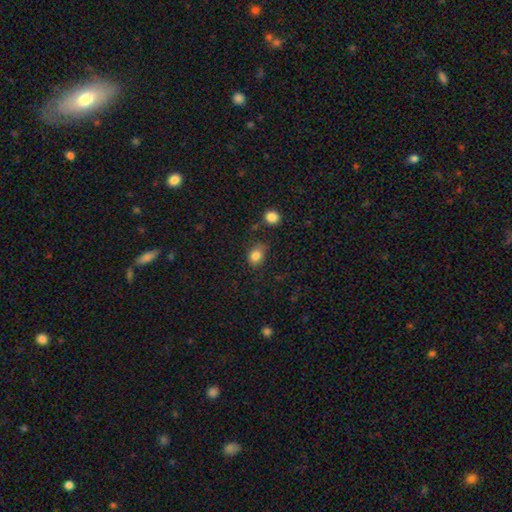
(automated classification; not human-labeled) A smooth galaxy with no disk features (83%) that is in between round and cigar-shaped (50%). Merging: none (62%).